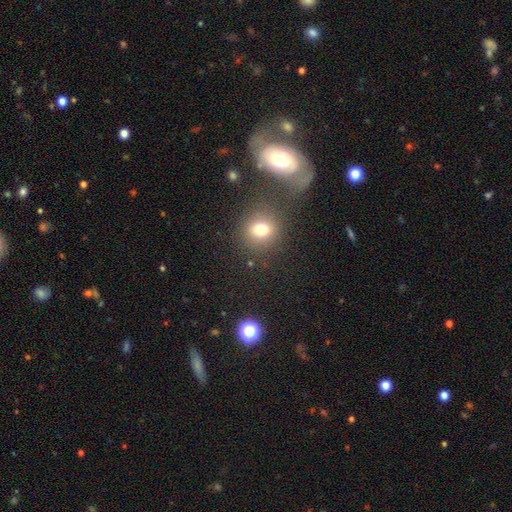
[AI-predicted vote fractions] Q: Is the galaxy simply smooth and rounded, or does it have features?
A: smooth — 58%.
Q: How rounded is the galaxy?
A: round — 74%.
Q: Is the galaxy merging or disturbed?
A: none — 64%.